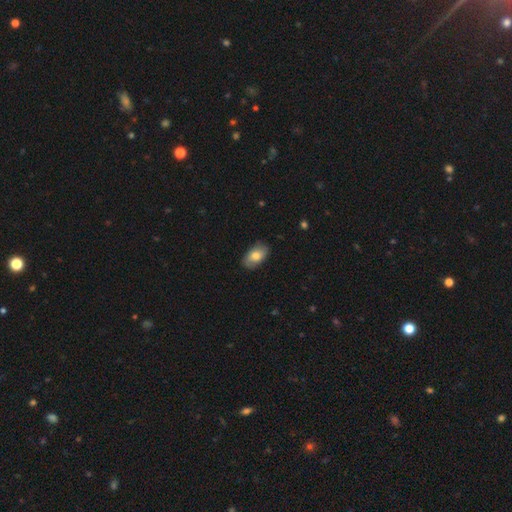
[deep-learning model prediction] smooth 74%, featured or disk 19%, star or artifact 6%. Down the decision tree: how rounded — in between (93%); merging — none (81%).